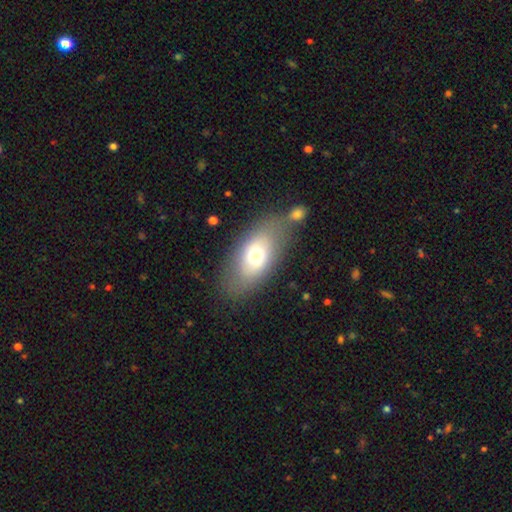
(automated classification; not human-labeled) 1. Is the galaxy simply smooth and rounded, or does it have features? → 64% smooth, 27% featured or disk, 9% star or artifact.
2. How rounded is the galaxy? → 86% in between, 8% round, 6% cigar-shaped.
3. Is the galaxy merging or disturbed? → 62% none, 15% minor disturbance, 15% merger, 8% major disturbance.